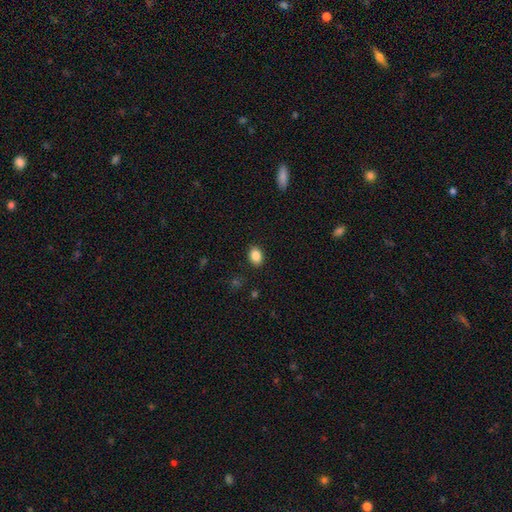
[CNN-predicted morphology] Overall: smooth (86%). How rounded: in between (72%). Merging: none (88%).